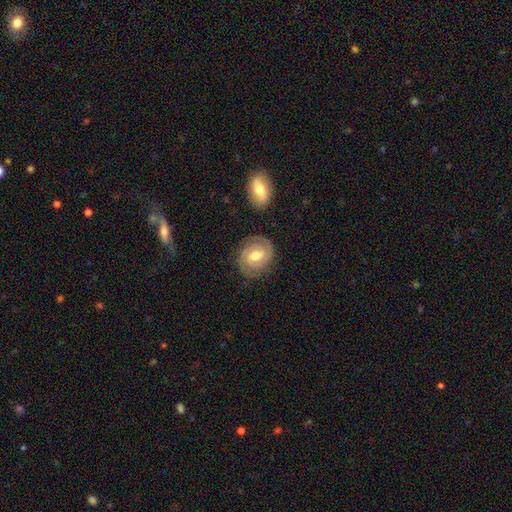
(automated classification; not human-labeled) smooth-or-featured: featured or disk: 80% | smooth: 15% | star or artifact: 5%
  disk-edge-on: no: 97% | yes: 3%
    bar: weak: 50% | no: 32% | strong: 18%
    has-spiral-arms: yes: 94% | no: 6%
      spiral-winding: tight: 68% | medium: 27% | loose: 5%
      spiral-arm-count: 2: 79% | can't tell: 9% | 3: 8% | 1: 2% | 4: 2% | more than 4: 1%
    bulge-size: moderate: 77% | small: 15% | large: 7% | none: 1% | dominant: 1%
  merging: none: 82% | minor disturbance: 12% | major disturbance: 3% | merger: 2%